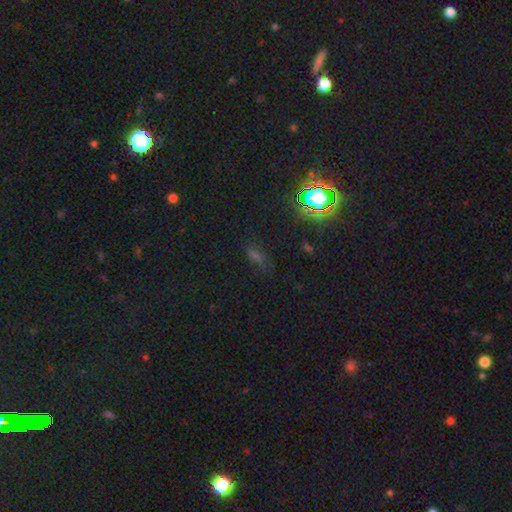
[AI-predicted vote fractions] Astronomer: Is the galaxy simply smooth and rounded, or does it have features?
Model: star or artifact — 52% (runner-up: smooth, 33%).